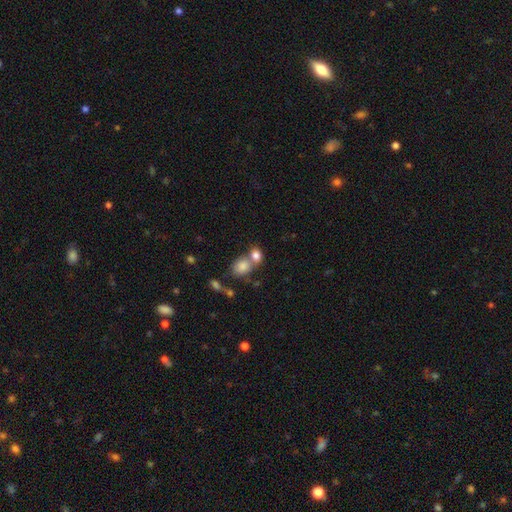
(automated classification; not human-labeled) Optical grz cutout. It shows a smooth galaxy with no disk features (82%) that is in between round and cigar-shaped (50%). Merging: merger (49%).